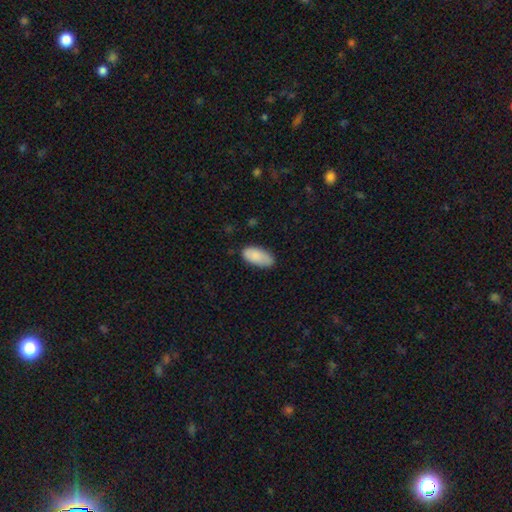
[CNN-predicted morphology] Smooth or featured?
  - smooth: 86% *
  - featured or disk: 8%
  - star or artifact: 6%
How rounded?
  - in between: 93% *
  - cigar-shaped: 5%
  - round: 2%
Merging?
  - none: 75% *
  - minor disturbance: 20%
  - major disturbance: 3%
  - merger: 1%